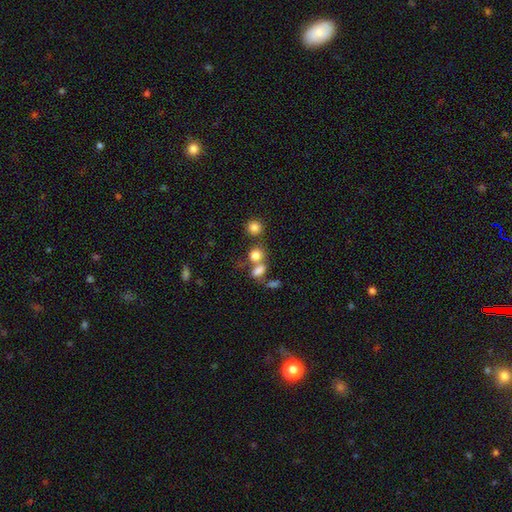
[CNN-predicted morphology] Smooth or featured? Predicted: smooth (p=0.77). How rounded? Predicted: round (p=0.55). Merging? Predicted: merger (p=0.42, tied with none).